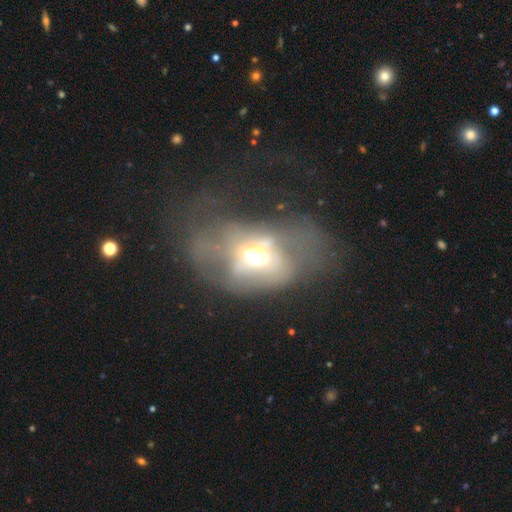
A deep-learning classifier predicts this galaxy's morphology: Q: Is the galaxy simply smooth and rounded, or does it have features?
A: featured or disk — 52%.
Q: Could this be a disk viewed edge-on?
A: no — 92%.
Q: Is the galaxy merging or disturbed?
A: major disturbance — 53%.